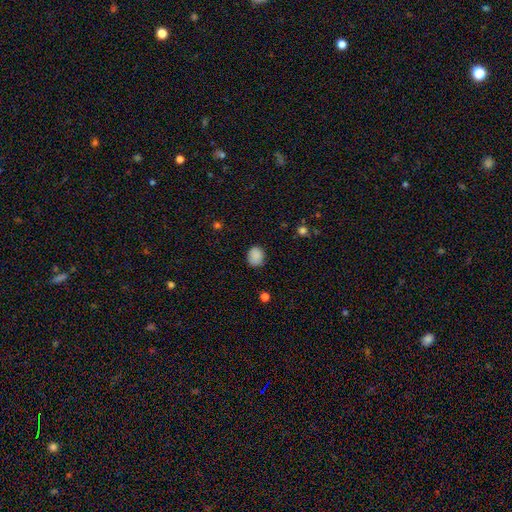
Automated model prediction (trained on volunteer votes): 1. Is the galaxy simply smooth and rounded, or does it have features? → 87% smooth, 9% star or artifact, 4% featured or disk.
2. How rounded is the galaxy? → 55% round, 44% in between, 1% cigar-shaped.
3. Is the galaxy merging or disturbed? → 82% none, 14% minor disturbance, 3% major disturbance, 1% merger.